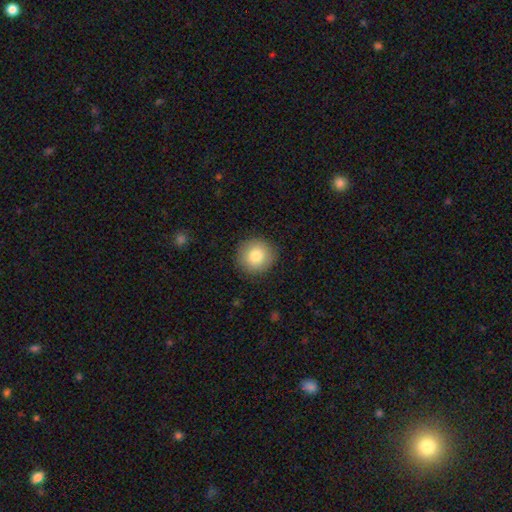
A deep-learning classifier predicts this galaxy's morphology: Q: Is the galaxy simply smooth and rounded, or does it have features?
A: smooth — 80%.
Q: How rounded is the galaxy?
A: round — 94%.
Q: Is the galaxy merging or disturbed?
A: none — 90%.